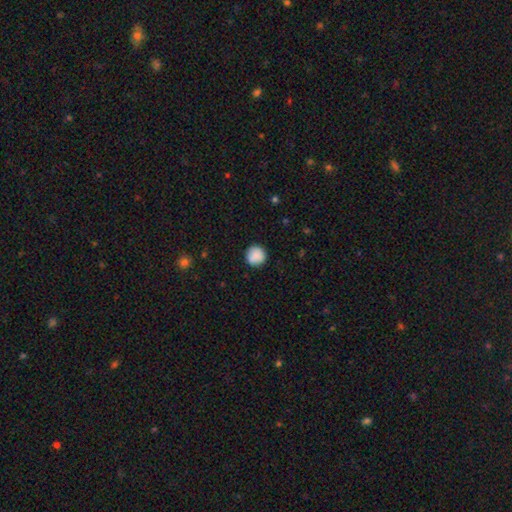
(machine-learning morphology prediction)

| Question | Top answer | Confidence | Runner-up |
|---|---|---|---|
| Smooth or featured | smooth | 88% | star or artifact (7%) |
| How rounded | round | 94% | in between (5%) |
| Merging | none | 88% | minor disturbance (9%) |